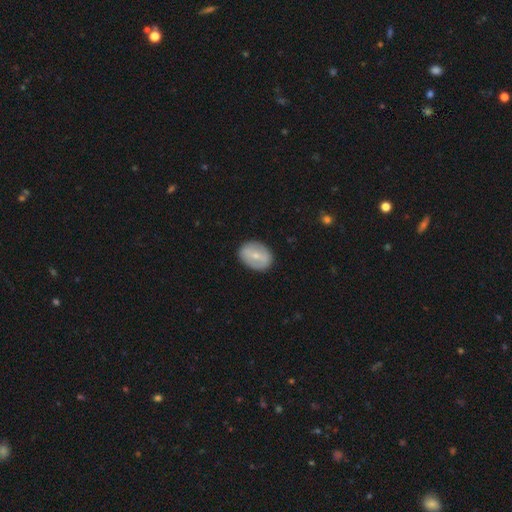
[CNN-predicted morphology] Q: Smooth or featured?
A: smooth (50%); runner-up: featured or disk (44%)
Q: Merging?
A: none (86%); runner-up: minor disturbance (10%)